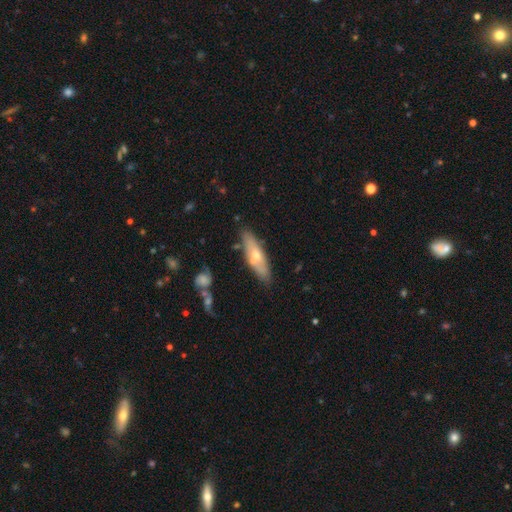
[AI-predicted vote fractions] smooth_or_featured: featured or disk (p=0.48) [alt: smooth p=0.46]
merging: none (p=0.77) [alt: minor disturbance p=0.15]